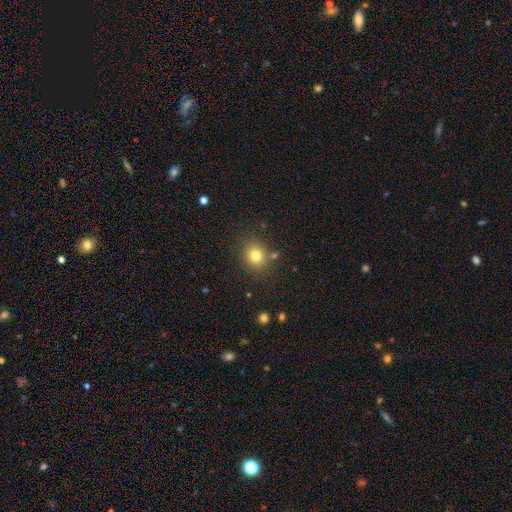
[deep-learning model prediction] Smooth or featured? Predicted: smooth (p=0.79). How rounded? Predicted: round (p=0.80). Merging? Predicted: none (p=0.82).